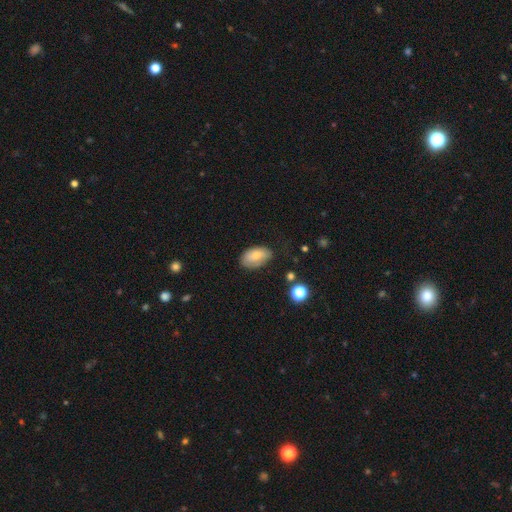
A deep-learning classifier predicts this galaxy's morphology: Smooth or featured: smooth — 70% (featured or disk — 22%)
How rounded: in between — 92% (round — 6%)
Merging: none — 66% (minor disturbance — 26%)